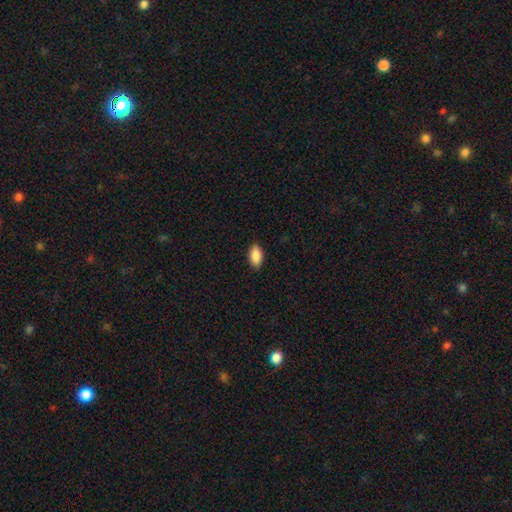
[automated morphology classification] Overall: smooth (89%). How rounded: in between (94%). Merging: none (87%).